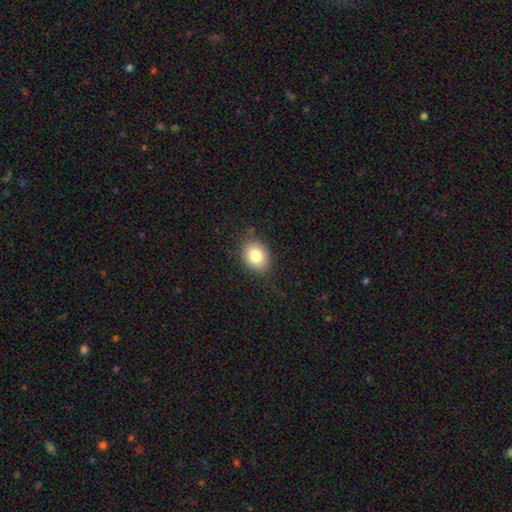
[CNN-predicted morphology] The model was most divided on "how rounded": in between: 62%, round: 37%, cigar-shaped: 1%. More confident: smooth or featured — smooth (82%); merging — none (82%).